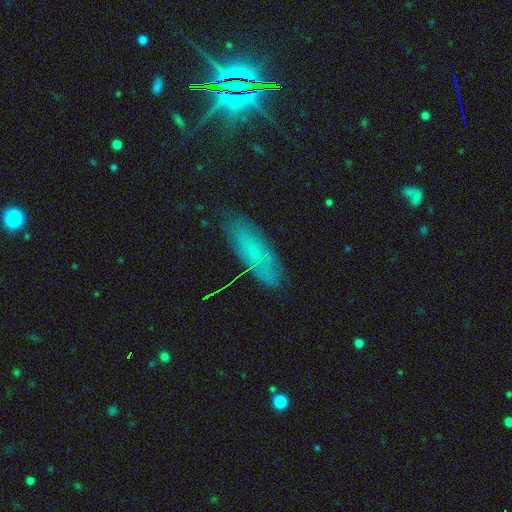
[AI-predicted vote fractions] Q: Smooth or featured?
A: smooth (48%); runner-up: featured or disk (28%)
Q: Merging?
A: none (80%); runner-up: minor disturbance (14%)